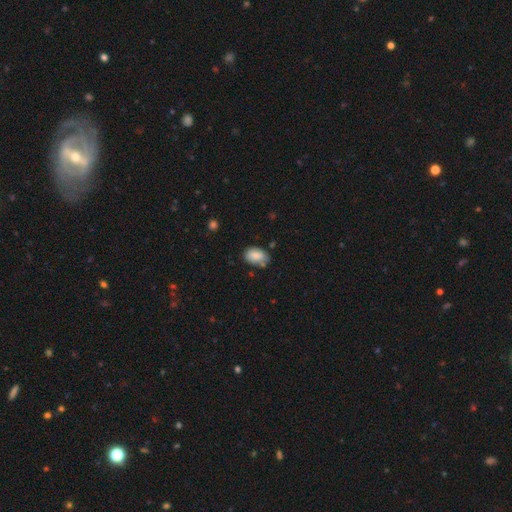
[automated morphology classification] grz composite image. It shows a smooth galaxy with no disk features (82%) that is in between round and cigar-shaped (87%). Merging: none (66%).